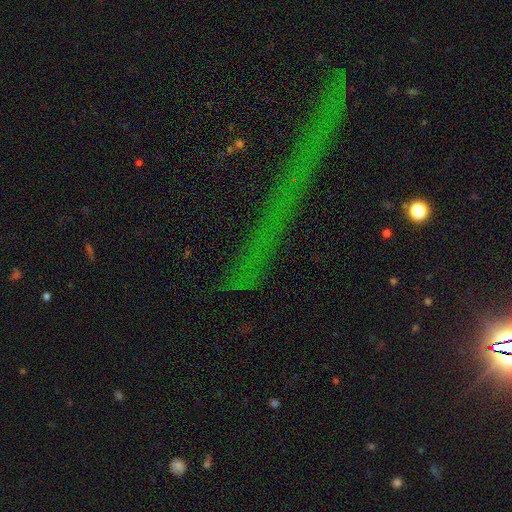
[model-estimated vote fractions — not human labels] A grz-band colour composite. It shows a star or artifact, not a galaxy (78%).